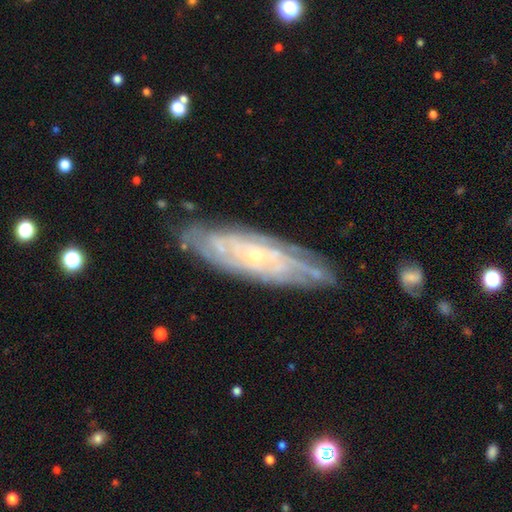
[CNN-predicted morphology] featured or disk 81%, smooth 13%, star or artifact 6%. Down the decision tree: edge-on disk — no (78%); bar — no (75%); spiral arms — yes (91%); spiral arm count — can't tell (56%); spiral winding — tight (75%); bulge size — small (78%); merging — none (80%).